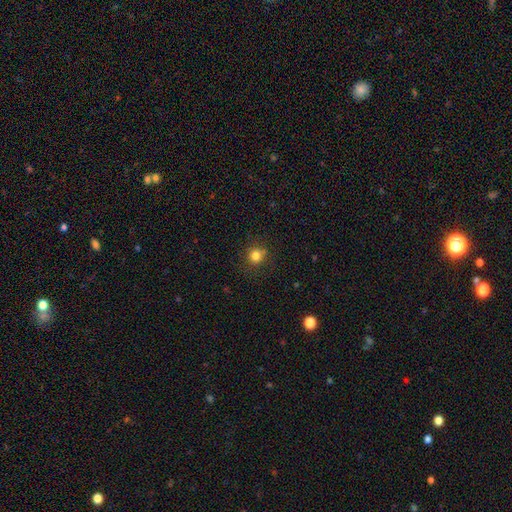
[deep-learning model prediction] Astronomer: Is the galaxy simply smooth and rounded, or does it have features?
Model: smooth — 80%.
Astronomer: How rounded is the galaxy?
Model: round — 90%.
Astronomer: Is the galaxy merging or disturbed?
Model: none — 78%.